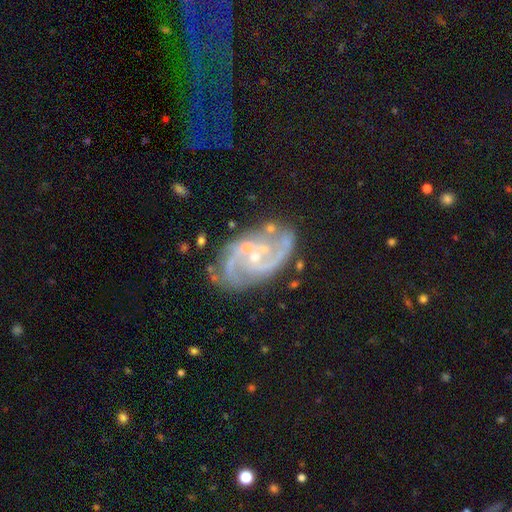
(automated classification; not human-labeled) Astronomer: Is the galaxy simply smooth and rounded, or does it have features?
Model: featured or disk — 86%.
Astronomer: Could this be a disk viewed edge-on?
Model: no — 97%.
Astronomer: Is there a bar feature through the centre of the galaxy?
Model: no — 58% (runner-up: weak, 33%).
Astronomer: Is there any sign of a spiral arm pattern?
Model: yes — 95%.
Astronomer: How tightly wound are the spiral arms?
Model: medium — 50% (runner-up: tight, 30%).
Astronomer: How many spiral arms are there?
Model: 2 — 59%.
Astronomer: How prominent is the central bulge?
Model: small — 73%.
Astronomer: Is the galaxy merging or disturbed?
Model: none — 58%.